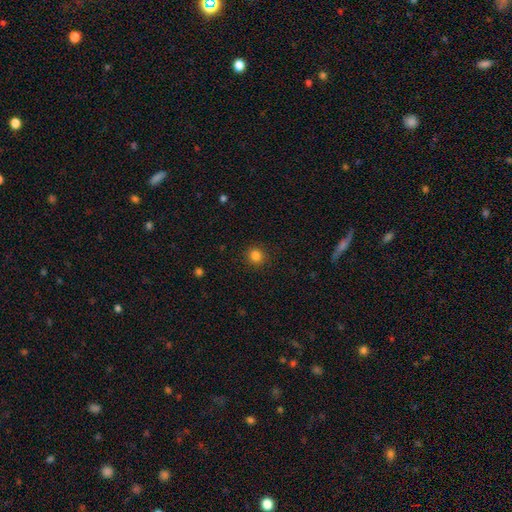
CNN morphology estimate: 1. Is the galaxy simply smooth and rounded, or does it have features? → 84% smooth, 12% star or artifact, 4% featured or disk.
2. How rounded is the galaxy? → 89% round, 10% in between, 1% cigar-shaped.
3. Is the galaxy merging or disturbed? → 91% none, 6% minor disturbance, 2% major disturbance, 1% merger.